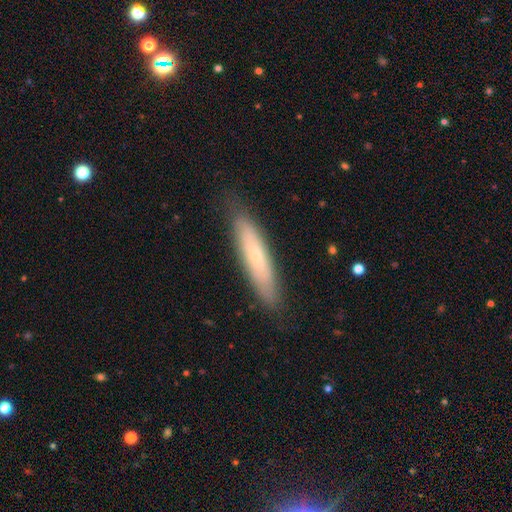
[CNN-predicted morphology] A smooth galaxy with no disk features (54%) that is cigar-shaped (82%). Merging: none (83%).